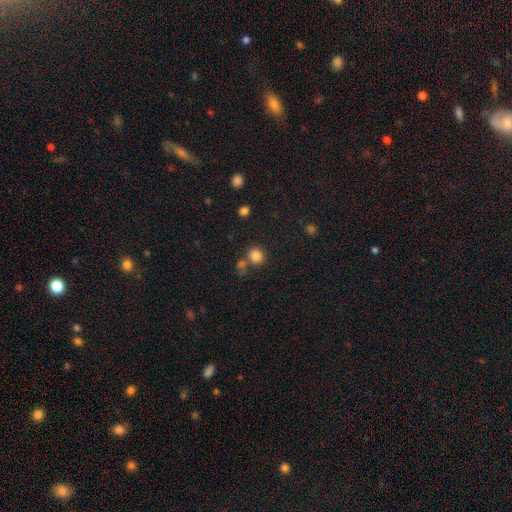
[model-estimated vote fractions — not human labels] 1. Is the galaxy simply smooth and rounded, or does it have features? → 83% smooth, 12% star or artifact, 5% featured or disk.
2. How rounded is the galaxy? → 86% round, 13% in between, 1% cigar-shaped.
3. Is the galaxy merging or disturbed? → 68% none, 18% merger, 10% minor disturbance, 4% major disturbance.